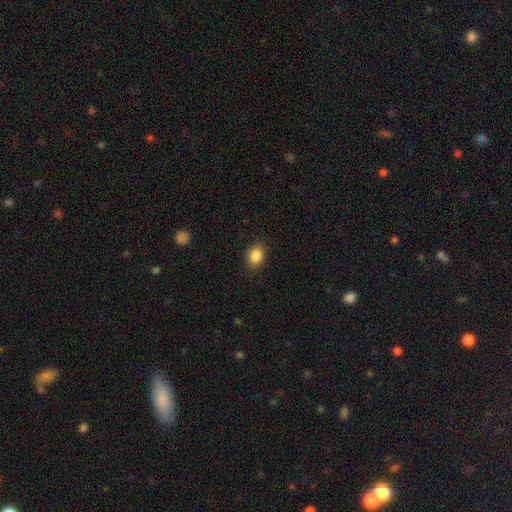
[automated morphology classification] A smooth galaxy with no disk features (86%) that is in between round and cigar-shaped (60%). Merging: none (85%).